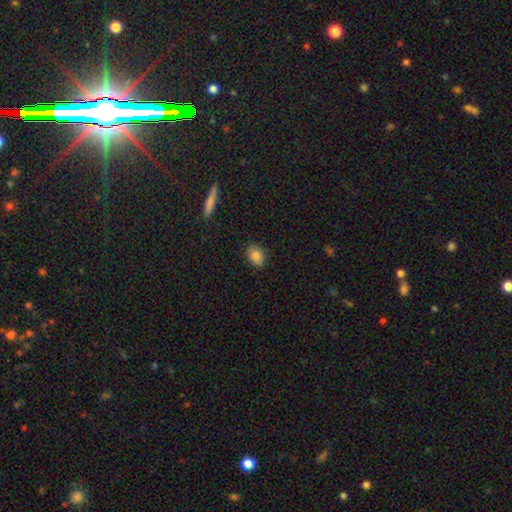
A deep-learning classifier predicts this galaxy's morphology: smooth 86%, star or artifact 9%, featured or disk 5%. Down the decision tree: how rounded — in between (65%); merging — none (85%).